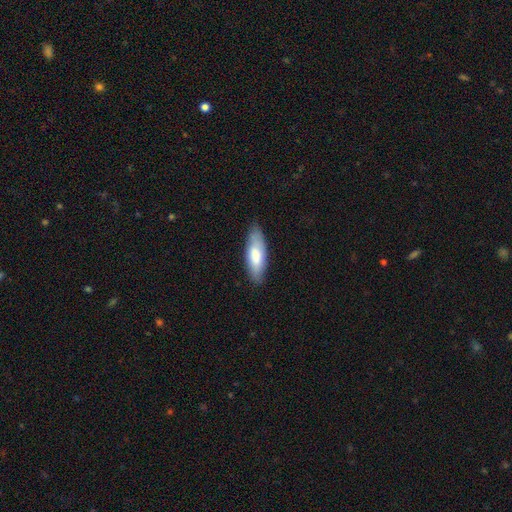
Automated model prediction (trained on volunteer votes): smooth 77%, featured or disk 18%, star or artifact 5%. Down the decision tree: how rounded — in between (64%); merging — none (80%).